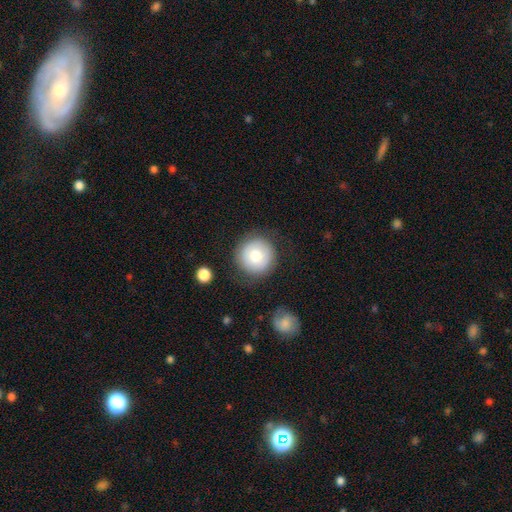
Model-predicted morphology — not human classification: Q: Smooth or featured?
A: smooth (73%); runner-up: featured or disk (18%)
Q: How rounded?
A: round (95%); runner-up: in between (4%)
Q: Merging?
A: none (82%); runner-up: minor disturbance (11%)